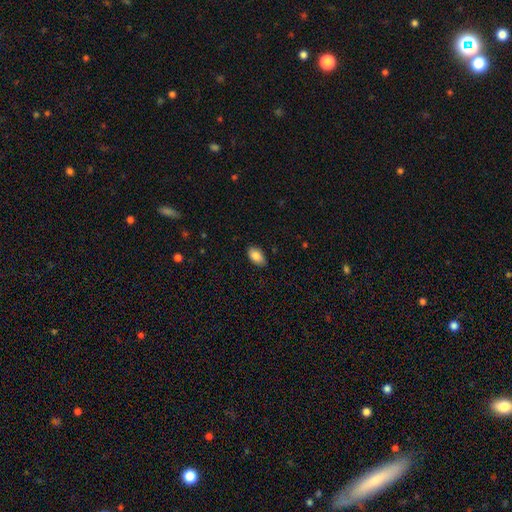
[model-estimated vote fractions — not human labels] This appears to be a smooth galaxy with no disk features (85%) that is in between round and cigar-shaped (93%). Merging: none (84%).